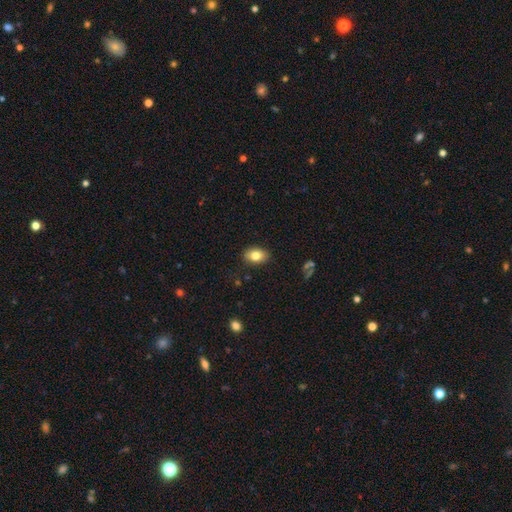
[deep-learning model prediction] Smooth or featured?
  - smooth: 81% *
  - featured or disk: 11%
  - star or artifact: 8%
How rounded?
  - in between: 83% *
  - round: 16%
  - cigar-shaped: 1%
Merging?
  - none: 86% *
  - minor disturbance: 11%
  - major disturbance: 2%
  - merger: 1%